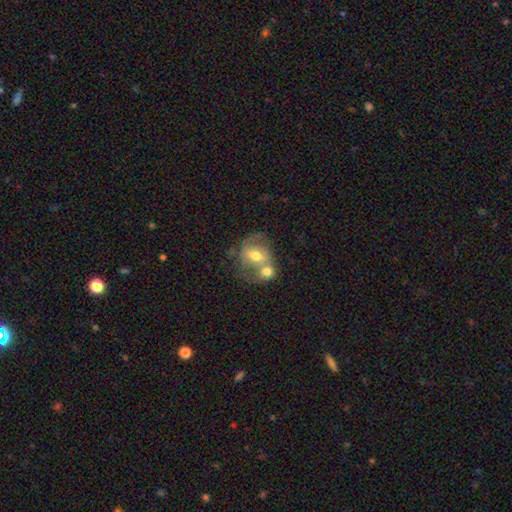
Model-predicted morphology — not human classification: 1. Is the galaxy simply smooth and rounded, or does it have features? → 61% featured or disk, 29% smooth, 10% star or artifact.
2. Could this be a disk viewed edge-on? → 96% no, 4% yes.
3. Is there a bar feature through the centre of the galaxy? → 44% no, 39% weak, 17% strong.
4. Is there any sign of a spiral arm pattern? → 69% yes, 31% no.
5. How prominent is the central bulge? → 69% moderate, 20% small, 7% large, 2% none, 1% dominant.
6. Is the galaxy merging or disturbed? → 46% merger, 34% none, 12% minor disturbance, 8% major disturbance.